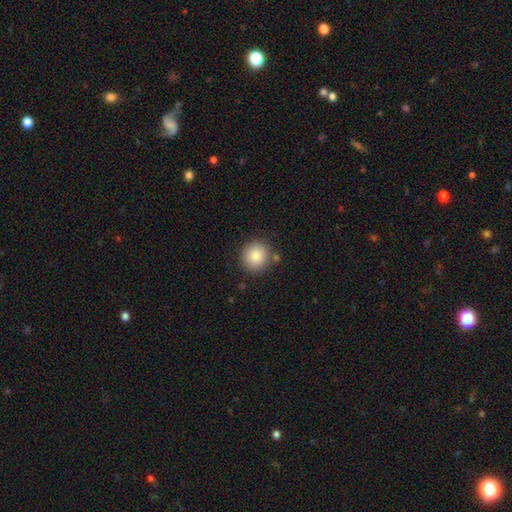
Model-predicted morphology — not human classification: smooth_or_featured: smooth (p=0.83) [alt: star or artifact p=0.09]
how_rounded: round (p=0.91) [alt: in between p=0.08]
merging: none (p=0.84) [alt: minor disturbance p=0.09]